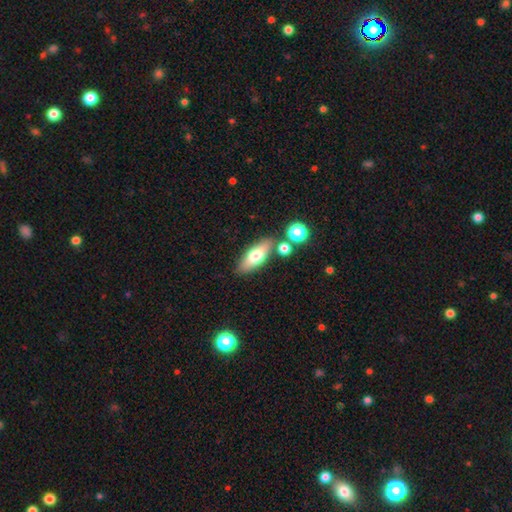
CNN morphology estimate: A smooth galaxy with no disk features (62%) that is in between round and cigar-shaped (67%).

Vote fractions:
- Smooth or featured? smooth: 62% / featured or disk: 31% / star or artifact: 7%
- How rounded? in between: 67% / cigar-shaped: 28% / round: 5%
- Merging? none: 78% / minor disturbance: 11% / merger: 8% / major disturbance: 3%